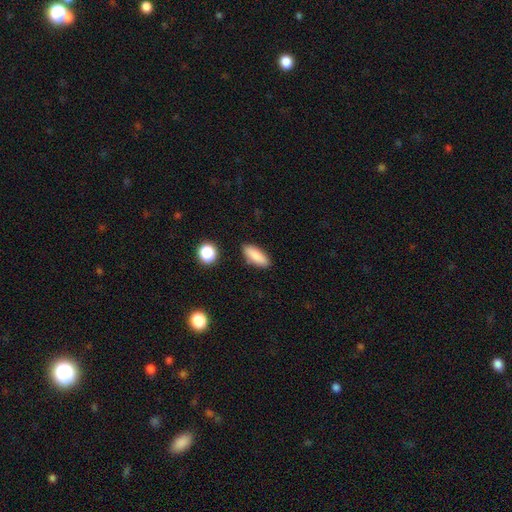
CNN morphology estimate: smooth 86%, star or artifact 7%, featured or disk 7%. Down the decision tree: how rounded — in between (72%); merging — none (86%).